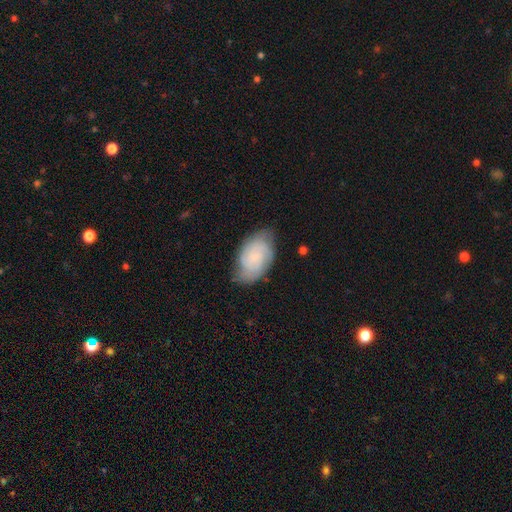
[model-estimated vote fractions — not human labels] Overall: featured or disk (62%; smooth 31%). Edge-on disk: no (97%). Bar: no (70%). Spiral arms: yes (92%). Spiral arm count: can't tell (35%; 2 33%). Spiral winding: tight (57%; medium 34%). Bulge size: small (71%). Merging: none (69%).